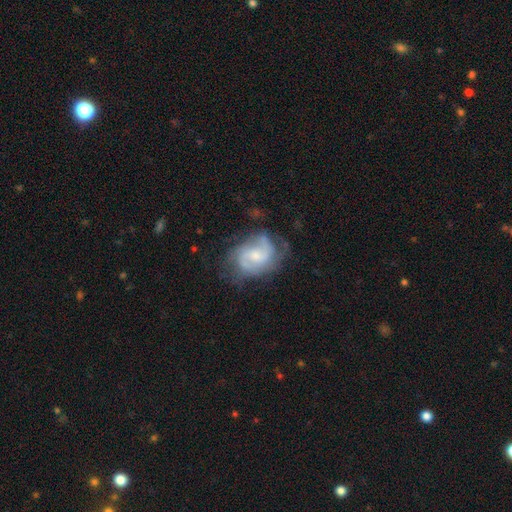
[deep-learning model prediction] Smooth or featured? featured or disk (74%)
Edge-on disk? no (98%)
Bar? weak (46%, tied with no)
Spiral arms? yes (90%)
Spiral winding? medium (47%)
Spiral arm count? 2 (59%)
Bulge size? small (47%)
Merging? none (58%)